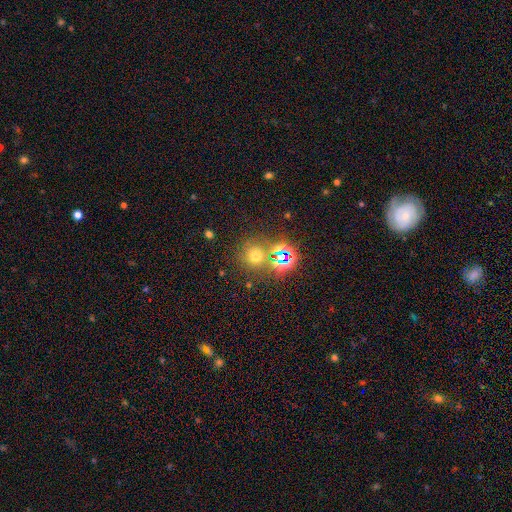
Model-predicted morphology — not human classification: This appears to be a smooth galaxy with no disk features (58%) that is round (90%). Merging: none (75%).